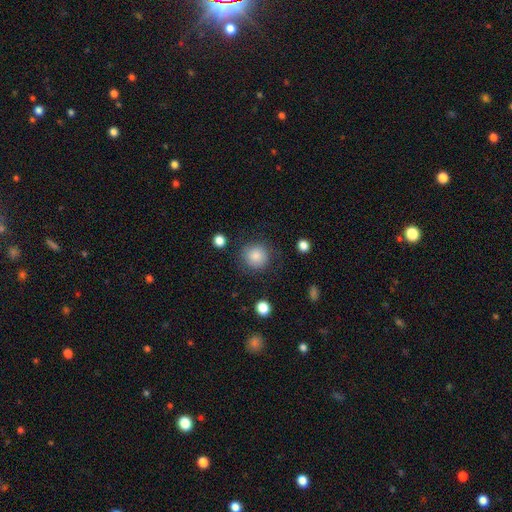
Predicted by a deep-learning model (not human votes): smooth-or-featured: smooth: 84% | star or artifact: 10% | featured or disk: 6%
  how-rounded: round: 92% | in between: 7% | cigar-shaped: 1%
  merging: none: 83% | minor disturbance: 11% | major disturbance: 4% | merger: 2%